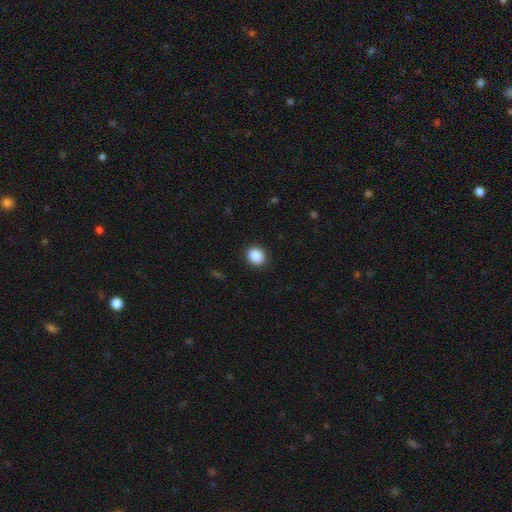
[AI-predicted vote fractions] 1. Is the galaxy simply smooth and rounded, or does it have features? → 89% smooth, 9% star or artifact, 3% featured or disk.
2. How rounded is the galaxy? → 74% round, 25% in between, 1% cigar-shaped.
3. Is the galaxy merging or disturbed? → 90% none, 7% minor disturbance, 2% major disturbance, 1% merger.